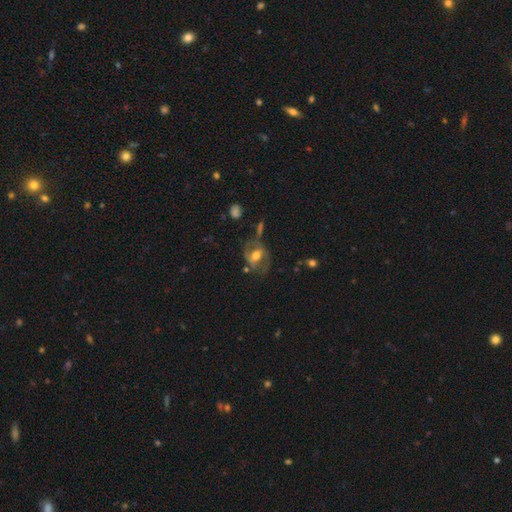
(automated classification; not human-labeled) Smooth or featured? Predicted: featured or disk (p=0.62). Edge-on disk? Predicted: no (p=0.93). Bar? Predicted: weak (p=0.38). Spiral arms? Predicted: yes (p=0.64). Bulge size? Predicted: moderate (p=0.68). Merging? Predicted: none (p=0.54).